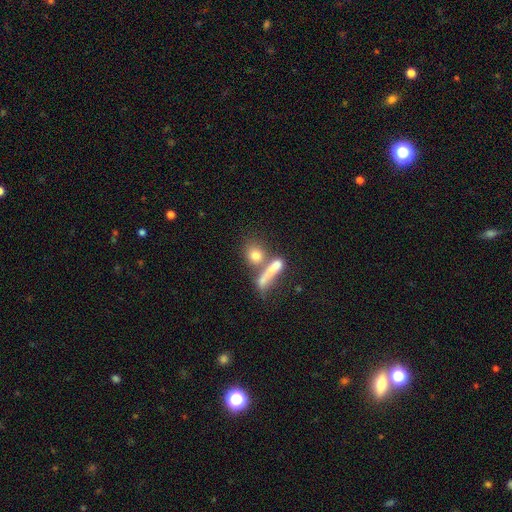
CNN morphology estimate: A smooth galaxy with no disk features (73%) that is round (58%). Merging: none (42%).